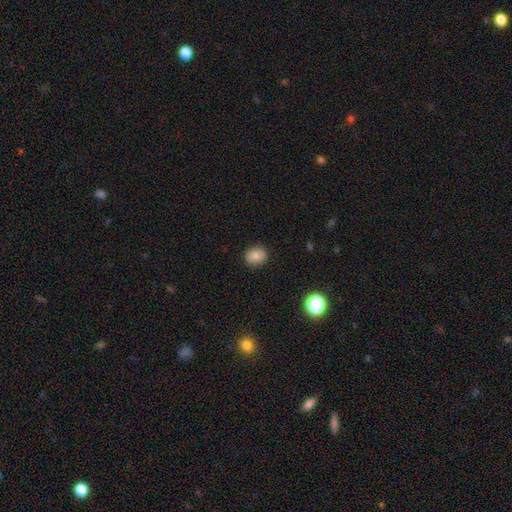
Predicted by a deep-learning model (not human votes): smooth_or_featured: smooth (p=0.83) [alt: star or artifact p=0.10]
how_rounded: round (p=0.74) [alt: in between p=0.25]
merging: none (p=0.89) [alt: minor disturbance p=0.08]